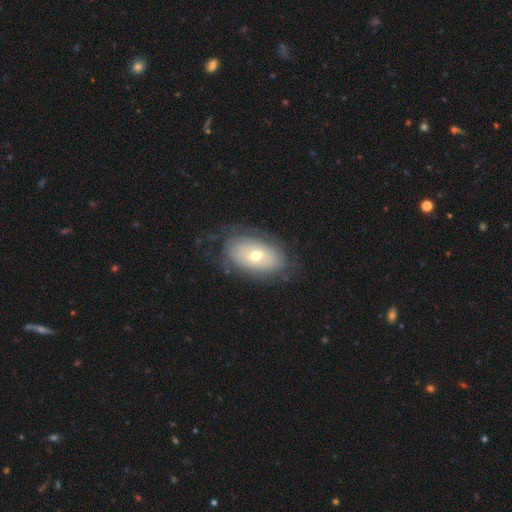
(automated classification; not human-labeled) This appears to be a featured or disk galaxy (52%). Merging: none (66%).